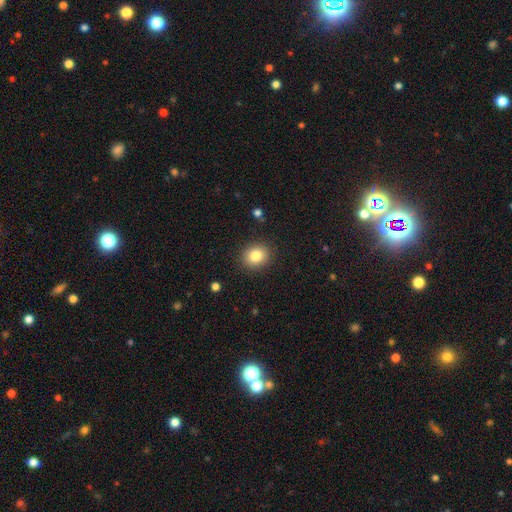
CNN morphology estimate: smooth_or_featured: smooth (p=0.82) [alt: star or artifact p=0.10]
how_rounded: round (p=0.74) [alt: in between p=0.25]
merging: none (p=0.90) [alt: minor disturbance p=0.07]